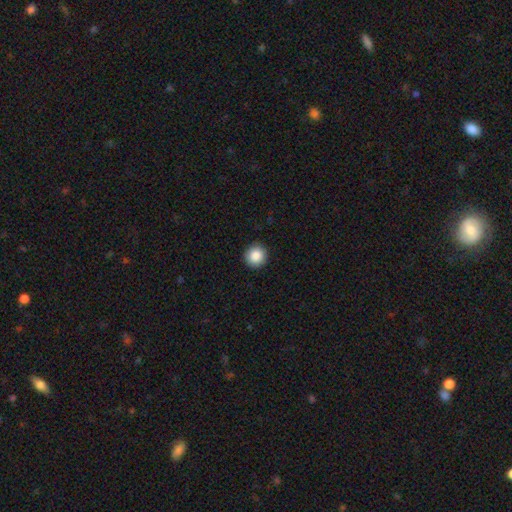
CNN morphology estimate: Overall: smooth (87%). How rounded: round (94%). Merging: none (92%).